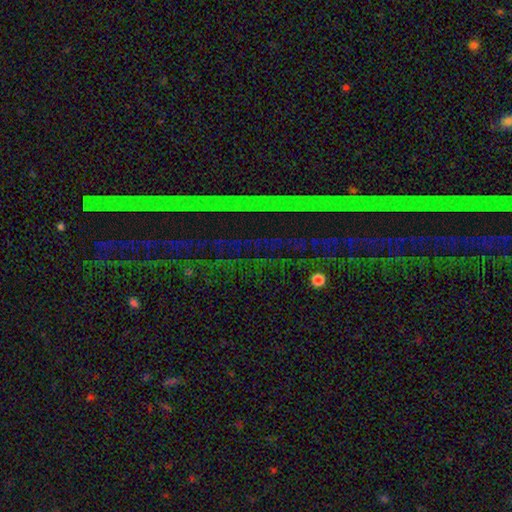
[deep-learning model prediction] star or artifact 82%, featured or disk 9%, smooth 8%.